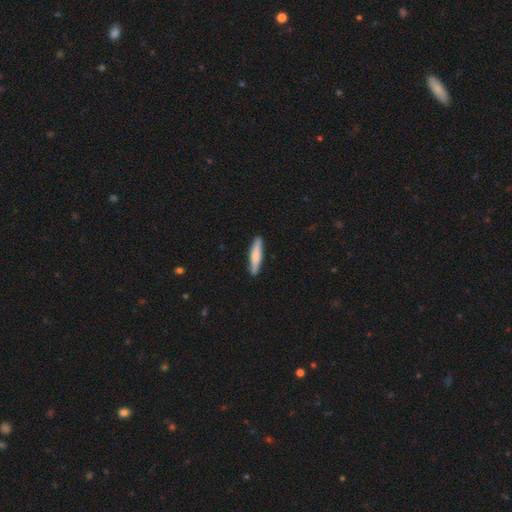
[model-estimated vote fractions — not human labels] Smooth or featured? smooth (73%)
How rounded? cigar-shaped (85%)
Merging? none (90%)